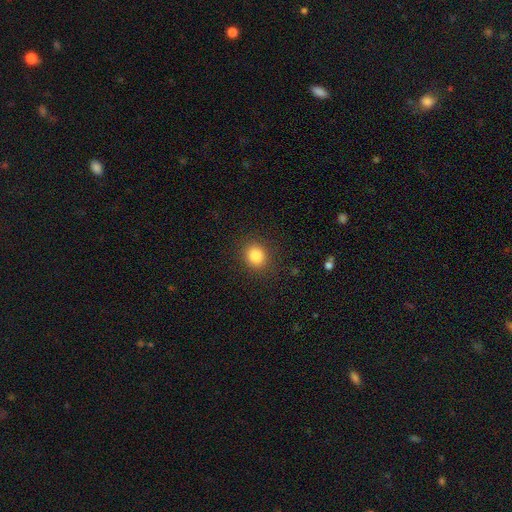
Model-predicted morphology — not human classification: Smooth or featured: smooth — 84% (star or artifact — 11%)
How rounded: round — 77% (in between — 22%)
Merging: none — 88% (minor disturbance — 8%)